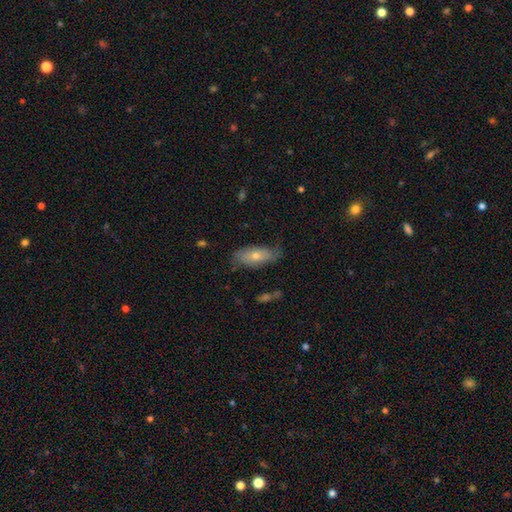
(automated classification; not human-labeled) Smooth or featured?
  - smooth: 54% *
  - featured or disk: 38%
  - star or artifact: 9%
How rounded?
  - in between: 73% *
  - cigar-shaped: 24%
  - round: 3%
Merging?
  - none: 71% *
  - minor disturbance: 22%
  - major disturbance: 5%
  - merger: 2%